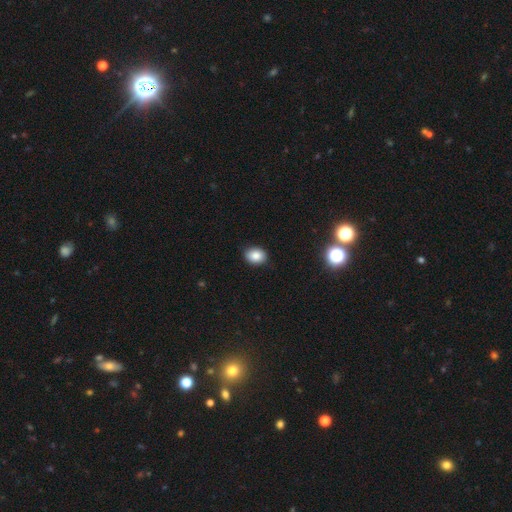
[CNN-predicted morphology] A smooth galaxy with no disk features (86%) that is in between round and cigar-shaped (67%). Merging: none (87%).